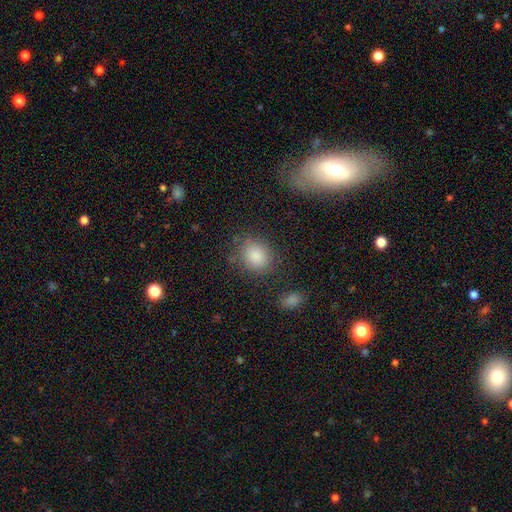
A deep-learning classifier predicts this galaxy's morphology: This is clearly a smooth galaxy (85%). How rounded: likely round (70%). Merging: likely none (78%).